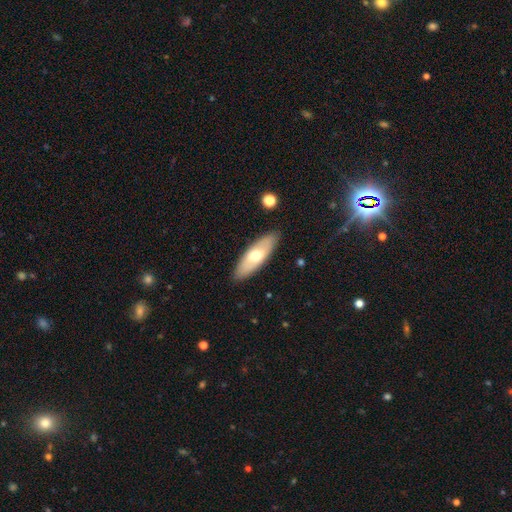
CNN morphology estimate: Smooth or featured?
  - smooth: 56% *
  - featured or disk: 39%
  - star or artifact: 5%
How rounded?
  - in between: 65% *
  - cigar-shaped: 33%
  - round: 2%
Merging?
  - none: 88% *
  - minor disturbance: 9%
  - major disturbance: 2%
  - merger: 1%